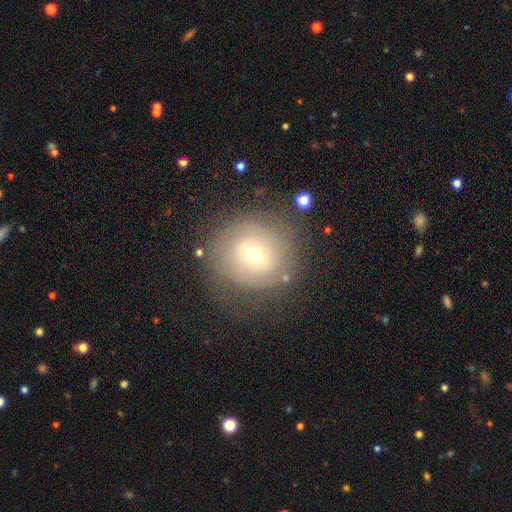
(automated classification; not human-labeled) smooth_or_featured: smooth (p=0.44) [tied with: featured or disk p=0.44]
merging: none (p=0.73) [alt: minor disturbance p=0.16]